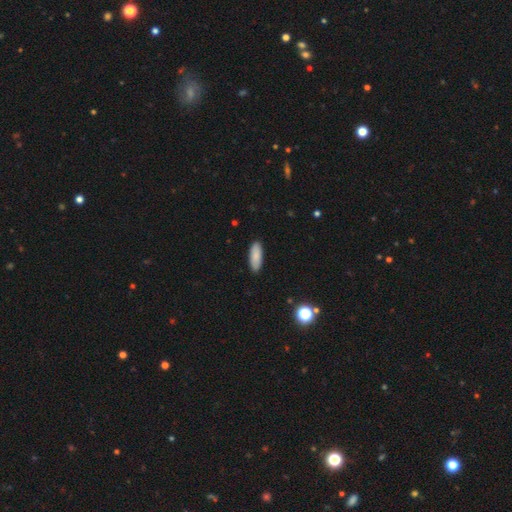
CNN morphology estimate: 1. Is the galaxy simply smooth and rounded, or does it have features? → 87% smooth, 6% featured or disk, 6% star or artifact.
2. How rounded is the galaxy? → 65% in between, 34% cigar-shaped, 2% round.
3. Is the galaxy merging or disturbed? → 90% none, 8% minor disturbance, 2% major disturbance, 1% merger.